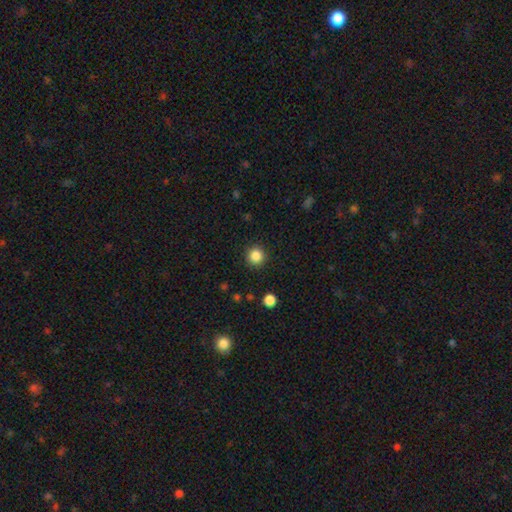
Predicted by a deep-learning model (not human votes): Morphology: type=smooth (85%); roundness=round (94%); merging=none (91%).